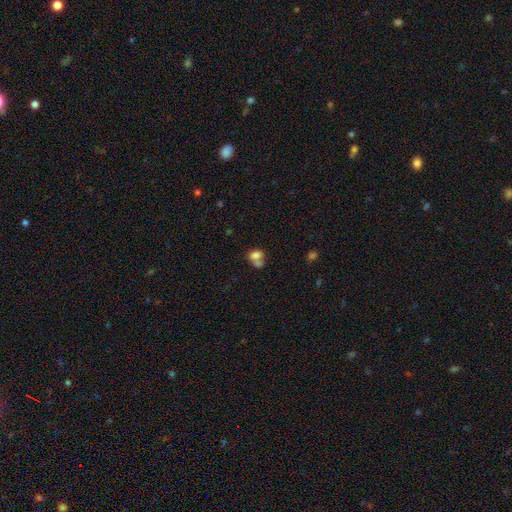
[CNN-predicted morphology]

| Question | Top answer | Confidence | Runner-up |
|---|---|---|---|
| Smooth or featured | smooth | 77% | featured or disk (12%) |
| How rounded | in between | 68% | round (30%) |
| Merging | merger | 57% | none (26%) |